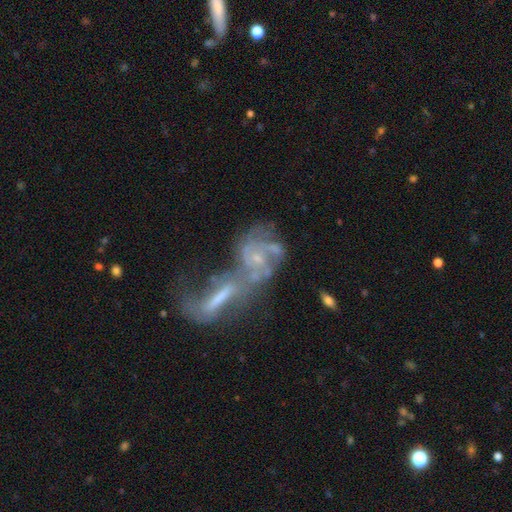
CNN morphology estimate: Overall: featured or disk (76%). Edge-on disk: no (94%). Bar: no (66%). Spiral arms: yes (76%). Spiral arm count: can't tell (39%; 2 33%). Spiral winding: medium (40%; tight 36%). Bulge size: small (55%; moderate 27%). Merging: merger (64%).